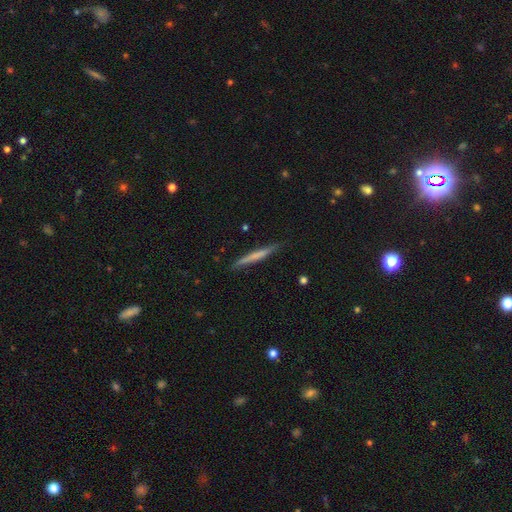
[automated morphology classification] Smooth or featured? Predicted: smooth (p=0.58). How rounded? Predicted: cigar-shaped (p=0.96). Merging? Predicted: none (p=0.87).